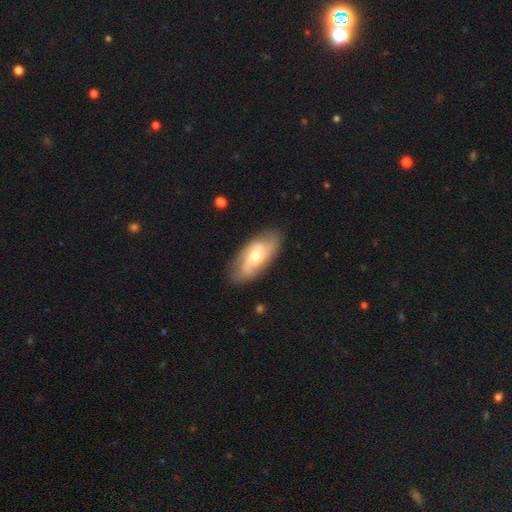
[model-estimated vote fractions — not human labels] Smooth or featured: featured or disk — 64% (smooth — 30%)
Edge-on disk: no — 91% (yes — 9%)
Bar: no — 58% (weak — 34%)
Spiral arms: yes — 89% (no — 11%)
Spiral winding: medium — 44% (loose — 30%)
Spiral arm count: 2 — 51% (can't tell — 21%)
Bulge size: moderate — 50% (small — 42%)
Merging: none — 79% (minor disturbance — 15%)